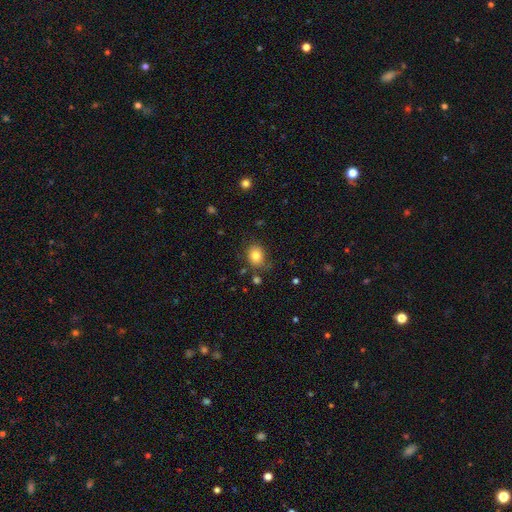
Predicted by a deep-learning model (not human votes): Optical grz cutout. It shows a smooth galaxy with no disk features (81%) that is round (56%). Merging: none (77%).